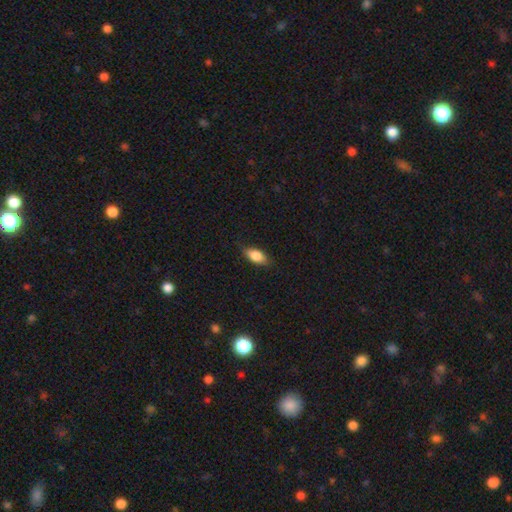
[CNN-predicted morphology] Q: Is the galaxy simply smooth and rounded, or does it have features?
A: smooth — 81%.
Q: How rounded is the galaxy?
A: in between — 86%.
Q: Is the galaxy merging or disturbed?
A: none — 82%.